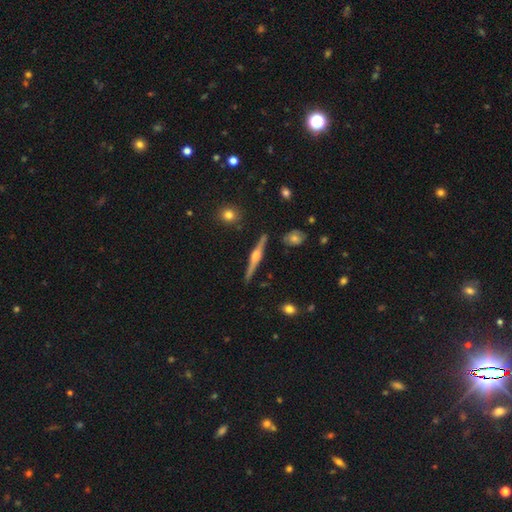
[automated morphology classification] featured or disk 79%, smooth 15%, star or artifact 6%. Down the decision tree: edge-on disk — yes (98%); edge-on bulge — rounded (84%); merging — none (88%).